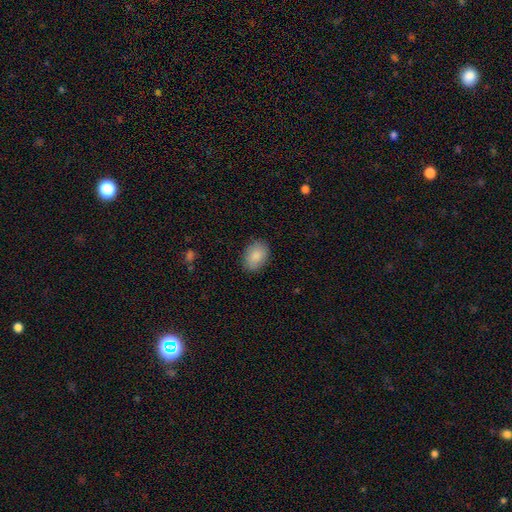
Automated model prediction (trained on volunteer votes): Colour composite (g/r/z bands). It shows a smooth galaxy with no disk features (88%) that is in between round and cigar-shaped (78%). Merging: none (86%).